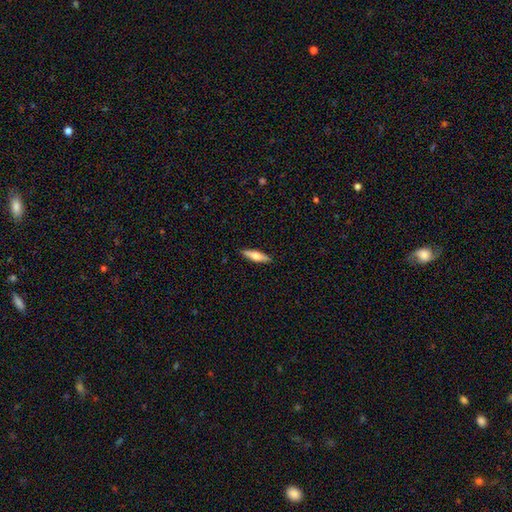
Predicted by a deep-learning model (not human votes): Overall: smooth (60%; featured or disk 34%). How rounded: cigar-shaped (68%; in between 30%). Merging: none (90%).